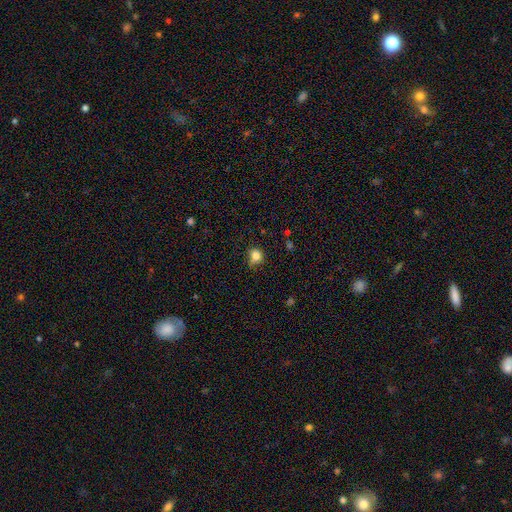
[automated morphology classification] smooth_or_featured: smooth (p=0.82) [alt: star or artifact p=0.12]
how_rounded: round (p=0.78) [alt: in between p=0.21]
merging: none (p=0.63) [alt: minor disturbance p=0.28]